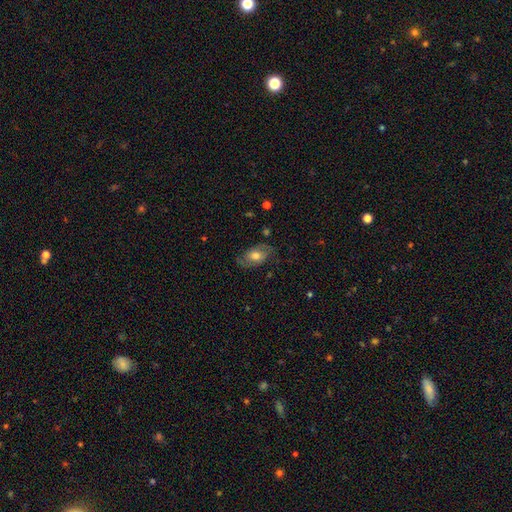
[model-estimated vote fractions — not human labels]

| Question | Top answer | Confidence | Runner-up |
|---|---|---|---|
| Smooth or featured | featured or disk | 49% | smooth (42%) |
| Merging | none | 73% | minor disturbance (18%) |